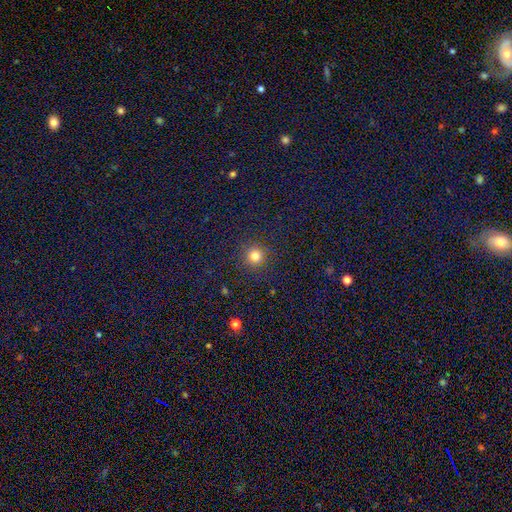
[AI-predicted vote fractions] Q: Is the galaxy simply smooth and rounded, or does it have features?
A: smooth — 79%.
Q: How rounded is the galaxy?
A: round — 95%.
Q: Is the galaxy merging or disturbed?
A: none — 91%.